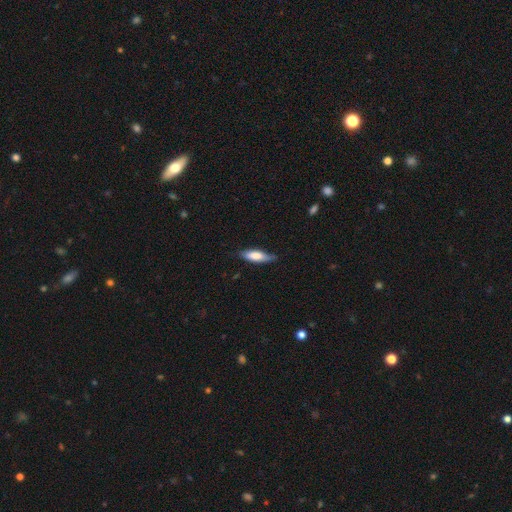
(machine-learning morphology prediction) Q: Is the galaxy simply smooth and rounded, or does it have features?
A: smooth — 72%.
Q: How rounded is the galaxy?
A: in between — 50%.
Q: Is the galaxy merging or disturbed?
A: none — 70%.